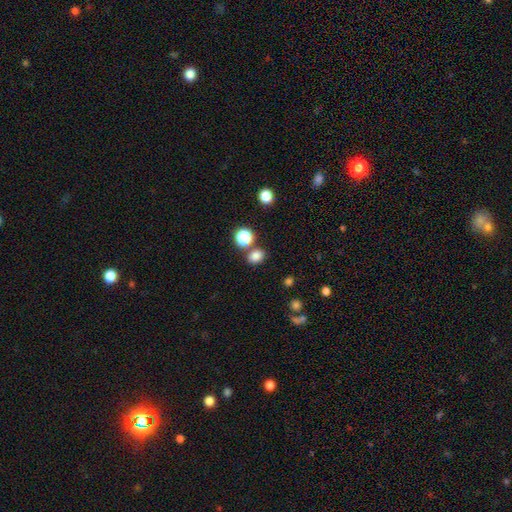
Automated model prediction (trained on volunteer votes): A smooth galaxy with no disk features (79%) that is round (51%). Merging: none (75%).